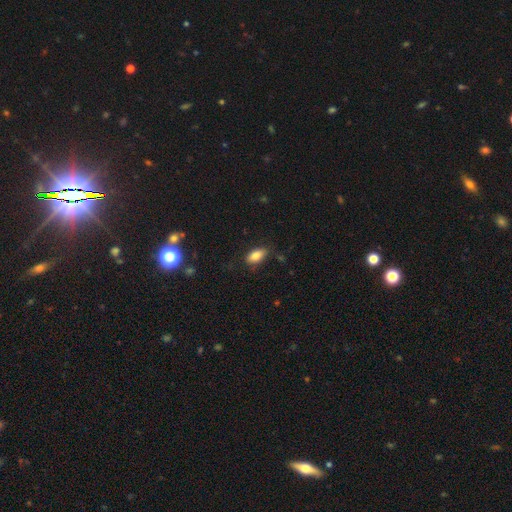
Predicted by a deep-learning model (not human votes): Morphology: type=smooth (82%); roundness=in between (90%); merging=none (80%).